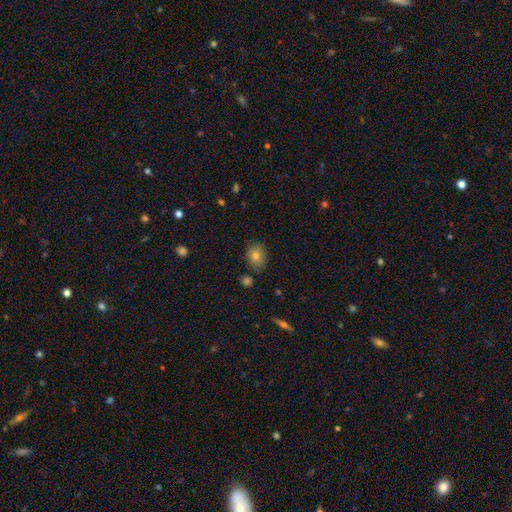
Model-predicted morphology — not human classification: Q: Smooth or featured?
A: smooth (78%); runner-up: star or artifact (12%)
Q: How rounded?
A: in between (53%); runner-up: round (46%)
Q: Merging?
A: none (82%); runner-up: minor disturbance (12%)